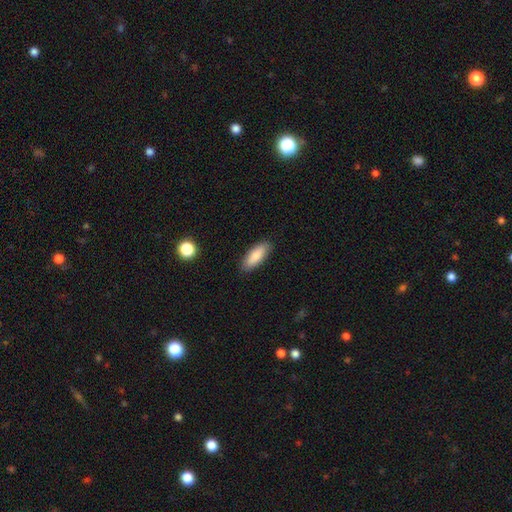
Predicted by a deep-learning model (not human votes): This is clearly a smooth galaxy (83%). How rounded: likely in between (74%). Merging: clearly none (87%).